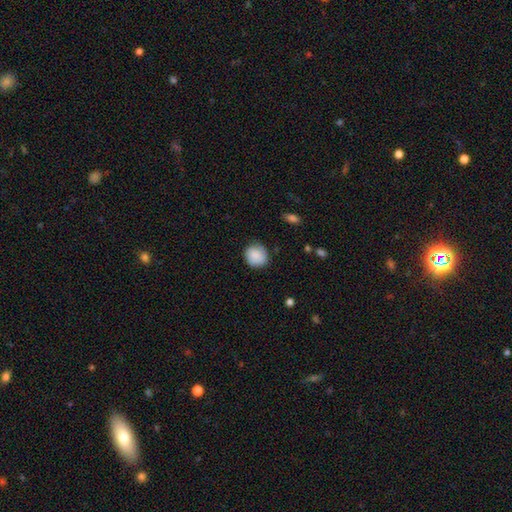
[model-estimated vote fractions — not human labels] The model was most divided on "merging": none: 77%, minor disturbance: 18%, major disturbance: 4%, merger: 1%. More confident: smooth or featured — smooth (86%); how rounded — round (83%).